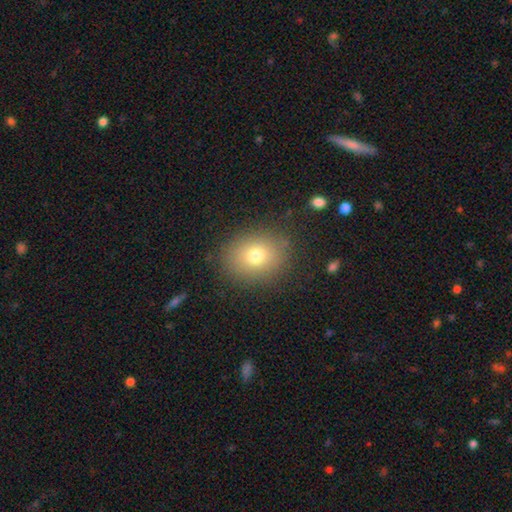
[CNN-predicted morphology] Smooth or featured: smooth — 75% (star or artifact — 13%)
How rounded: round — 58% (in between — 41%)
Merging: none — 85% (minor disturbance — 10%)